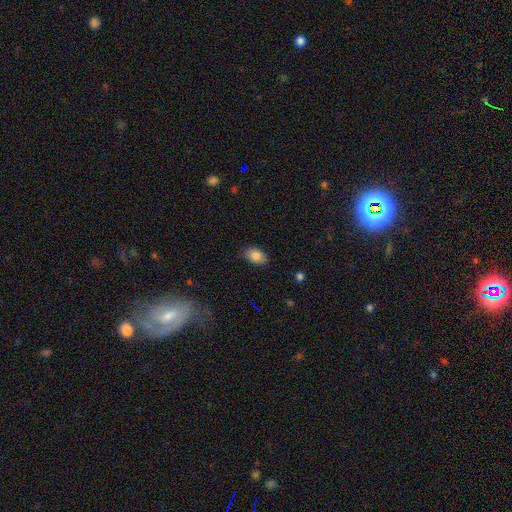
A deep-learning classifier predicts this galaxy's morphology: smooth-or-featured: smooth: 85% | star or artifact: 8% | featured or disk: 7%
  how-rounded: in between: 87% | round: 11% | cigar-shaped: 1%
  merging: none: 82% | minor disturbance: 15% | major disturbance: 3% | merger: 1%